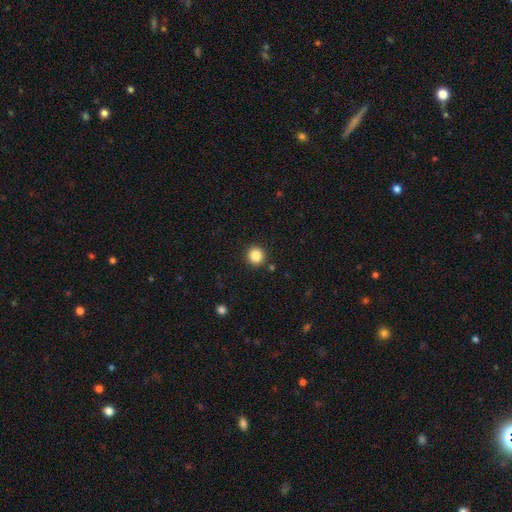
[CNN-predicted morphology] type=smooth (86%); roundness=round (93%); merging=none (91%).